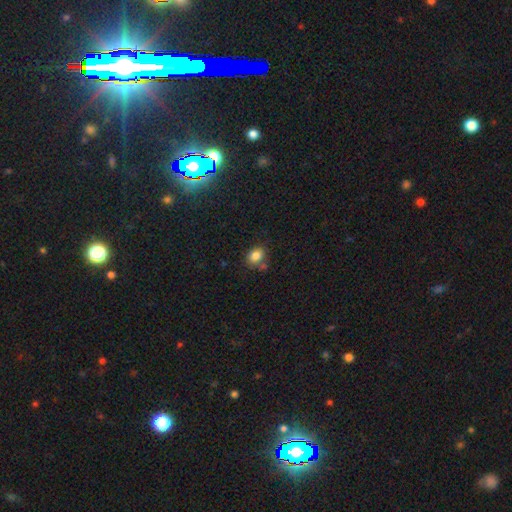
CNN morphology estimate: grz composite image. It shows a smooth galaxy with no disk features (84%) that is in between round and cigar-shaped (57%). Merging: none (65%).